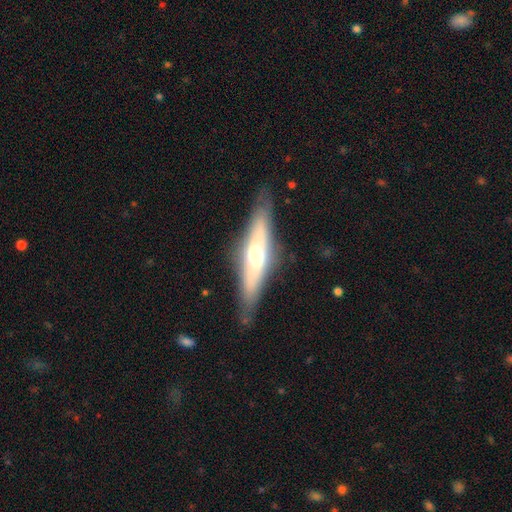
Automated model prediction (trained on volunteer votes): A featured or disk galaxy (60%) viewed edge-on (81%). Merging: none (80%).